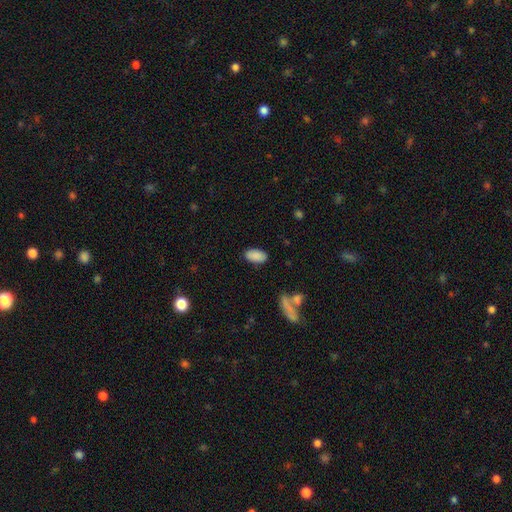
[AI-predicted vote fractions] A smooth galaxy with no disk features (88%) that is in between round and cigar-shaped (95%). Merging: none (86%).